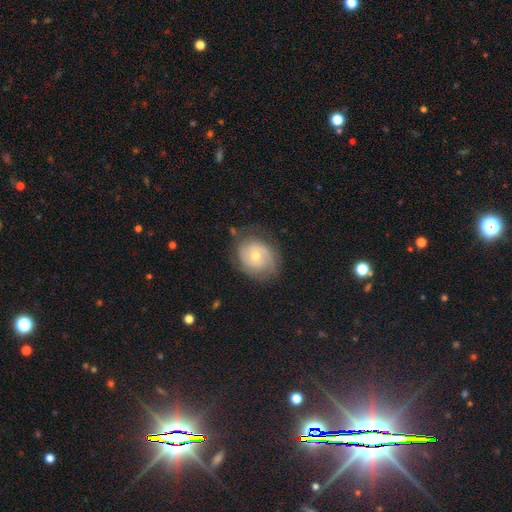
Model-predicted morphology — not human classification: Q: Smooth or featured?
A: featured or disk (65%); runner-up: smooth (28%)
Q: Edge-on disk?
A: no (97%); runner-up: yes (3%)
Q: Bar?
A: no (72%); runner-up: weak (24%)
Q: Spiral arms?
A: yes (83%); runner-up: no (17%)
Q: Spiral winding?
A: tight (57%); runner-up: medium (31%)
Q: Spiral arm count?
A: 2 (46%); runner-up: can't tell (31%)
Q: Bulge size?
A: moderate (56%); runner-up: small (40%)
Q: Merging?
A: none (69%); runner-up: minor disturbance (21%)